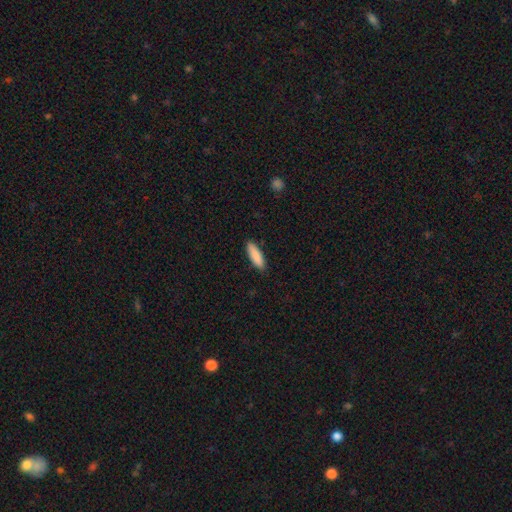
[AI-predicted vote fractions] smooth_or_featured: smooth (p=0.89) [alt: featured or disk p=0.06]
how_rounded: cigar-shaped (p=0.58) [alt: in between p=0.41]
merging: none (p=0.89) [alt: minor disturbance p=0.08]